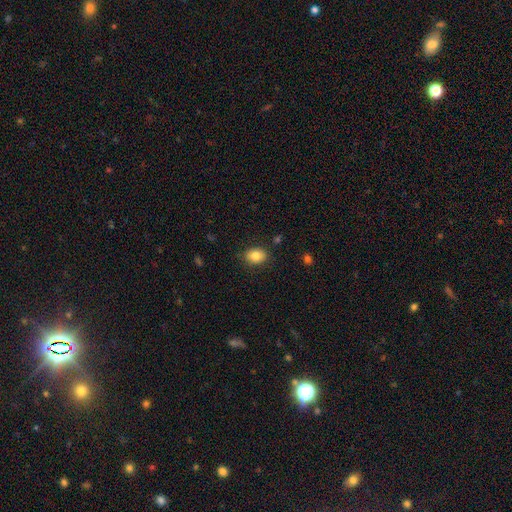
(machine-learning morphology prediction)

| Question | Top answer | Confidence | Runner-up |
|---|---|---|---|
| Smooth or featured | smooth | 84% | star or artifact (8%) |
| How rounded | in between | 73% | round (26%) |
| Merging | none | 85% | minor disturbance (11%) |